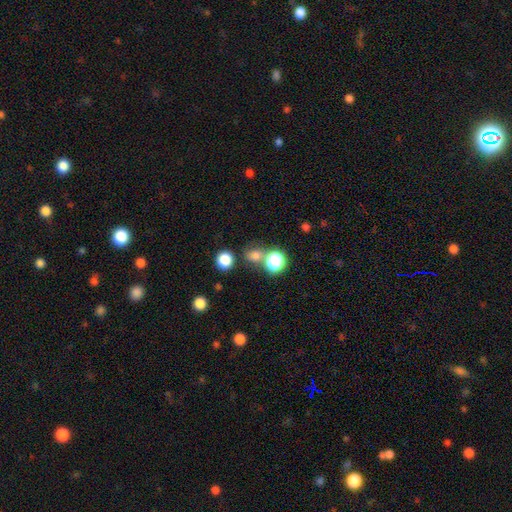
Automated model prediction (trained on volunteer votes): This is likely a smooth galaxy (68%). How rounded: likely round (73%). Merging: likely none (62%).